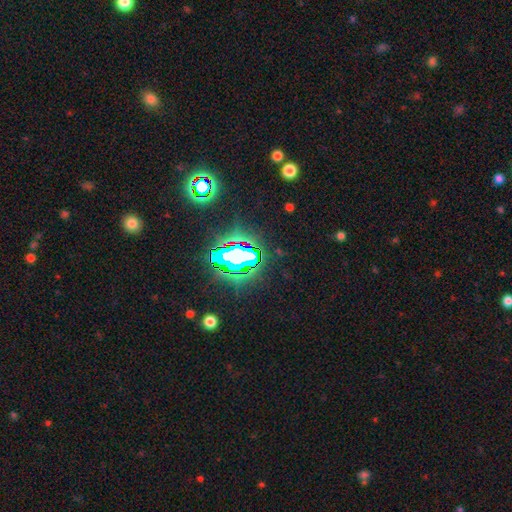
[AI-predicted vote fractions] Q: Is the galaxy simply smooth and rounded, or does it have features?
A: star or artifact — 68%.